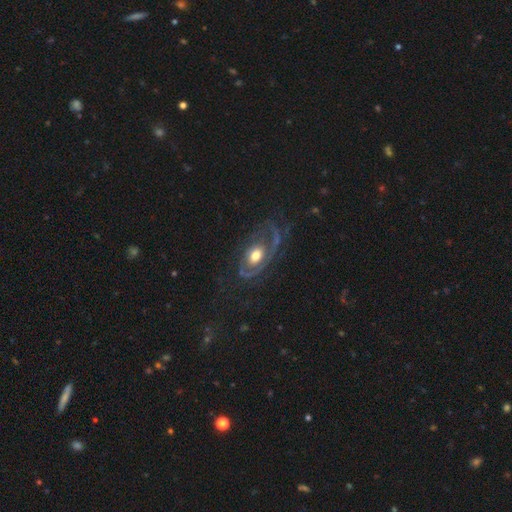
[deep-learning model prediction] smooth_or_featured: featured or disk (p=0.74) [alt: smooth p=0.19]
disk_edge_on: no (p=0.94) [alt: yes p=0.06]
bar: no (p=0.77) [alt: weak p=0.17]
has_spiral_arms: yes (p=0.74) [alt: no p=0.26]
spiral_winding: tight (p=0.39) [alt: medium p=0.35]
spiral_arm_count: 1 (p=0.40) [alt: 2 p=0.31]
bulge_size: moderate (p=0.66) [alt: large p=0.23]
merging: none (p=0.47) [alt: major disturbance p=0.30]